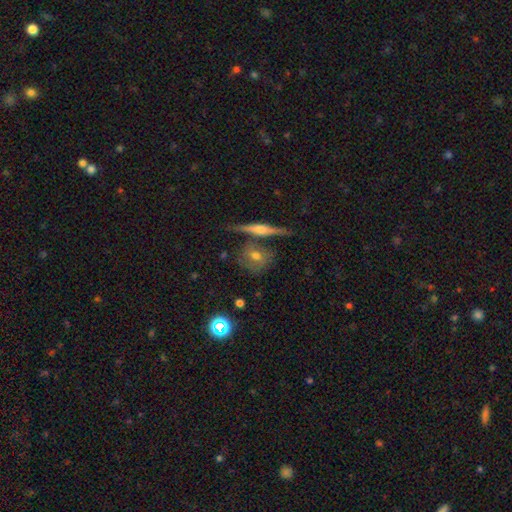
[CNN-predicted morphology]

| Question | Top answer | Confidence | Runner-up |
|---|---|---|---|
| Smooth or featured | featured or disk | 45% | smooth (43%) |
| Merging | none | 66% | minor disturbance (16%) |